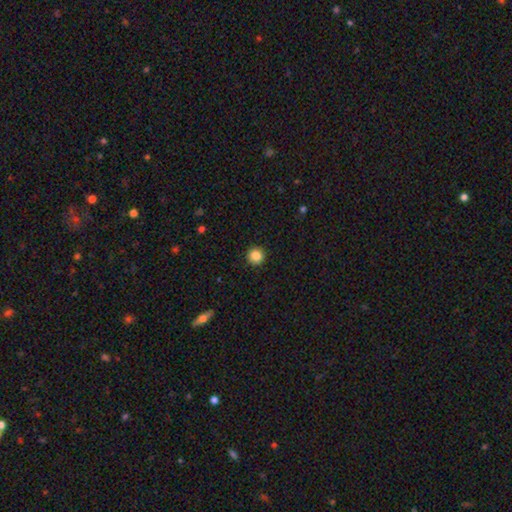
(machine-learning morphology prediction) The model was most divided on "smooth or featured": smooth: 85%, star or artifact: 10%, featured or disk: 5%. More confident: how rounded — round (95%); merging — none (93%).